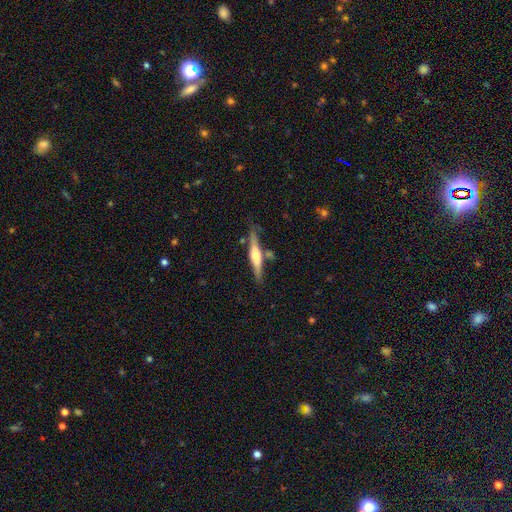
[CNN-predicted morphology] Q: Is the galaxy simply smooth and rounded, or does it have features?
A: featured or disk — 66%.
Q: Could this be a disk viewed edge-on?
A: yes — 96%.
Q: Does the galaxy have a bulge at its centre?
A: rounded — 89%.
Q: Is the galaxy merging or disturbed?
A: none — 74%.